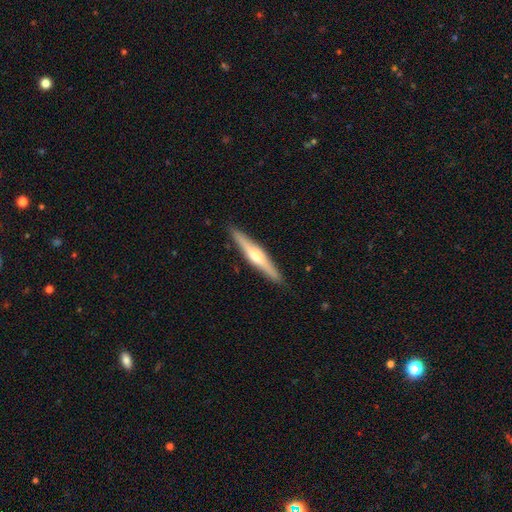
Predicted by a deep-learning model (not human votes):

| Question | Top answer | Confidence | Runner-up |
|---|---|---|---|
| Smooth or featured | featured or disk | 61% | smooth (34%) |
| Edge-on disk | yes | 97% | no (3%) |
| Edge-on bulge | rounded | 78% | boxy (12%) |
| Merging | none | 90% | minor disturbance (8%) |